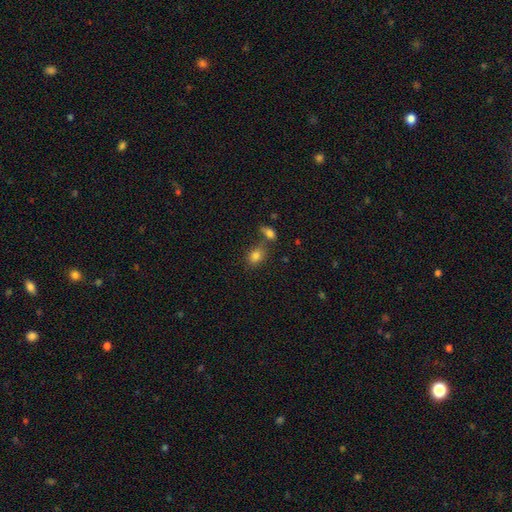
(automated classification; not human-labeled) smooth 82%, star or artifact 10%, featured or disk 8%. Down the decision tree: how rounded — in between (71%); merging — none (57%).